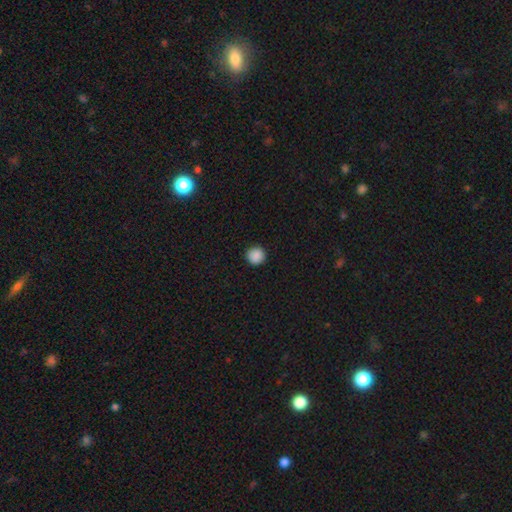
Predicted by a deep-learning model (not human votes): The model was most divided on "smooth or featured": smooth: 88%, star or artifact: 9%, featured or disk: 2%. More confident: how rounded — round (95%); merging — none (92%).